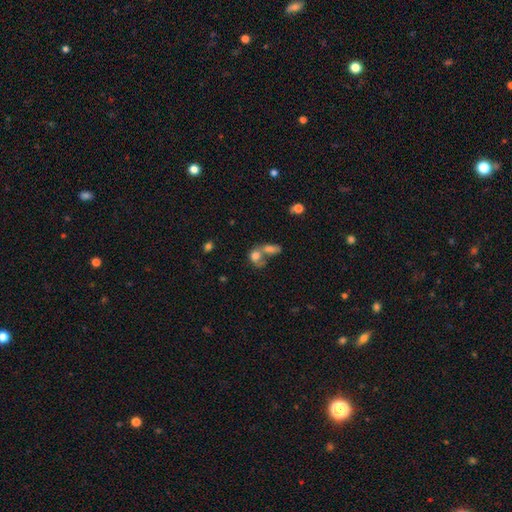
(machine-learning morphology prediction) Smooth or featured: smooth — 71% (featured or disk — 18%)
How rounded: in between — 53% (round — 44%)
Merging: merger — 63% (none — 20%)